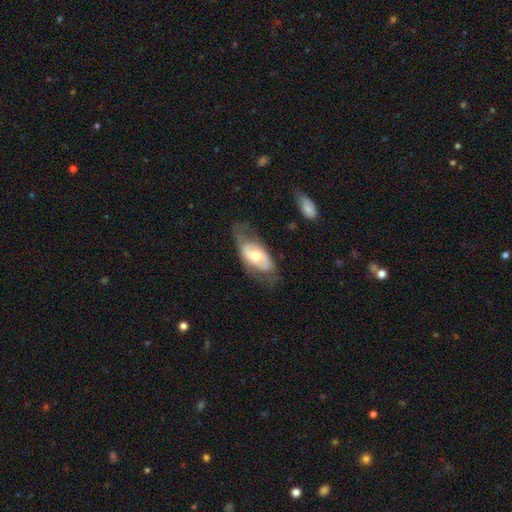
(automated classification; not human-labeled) Morphology: type=featured or disk (58%); edge-on=no (88%); bar=no (64%); spiral arms=no (53%); bulge=moderate (63%); merging=none (59%).